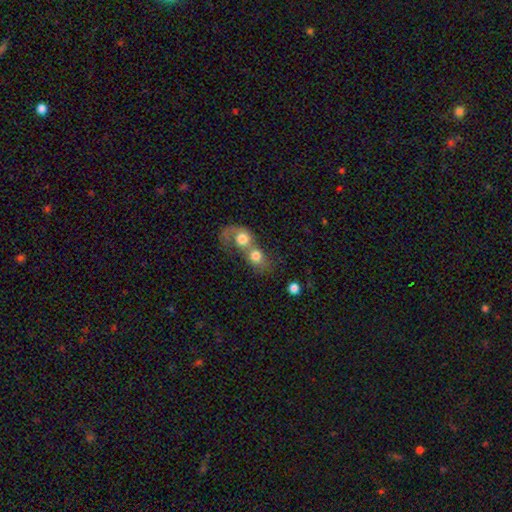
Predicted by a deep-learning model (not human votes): Morphology: type=smooth (70%); roundness=round (68%); merging=merger (77%).